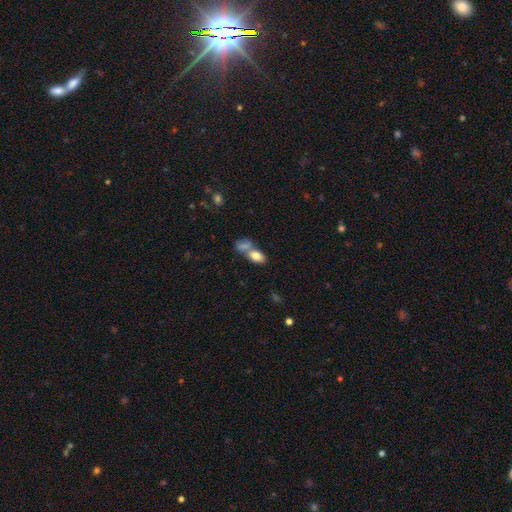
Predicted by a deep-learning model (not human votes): A smooth galaxy with no disk features (80%) that is in between round and cigar-shaped (89%). Merging: merger (48%).